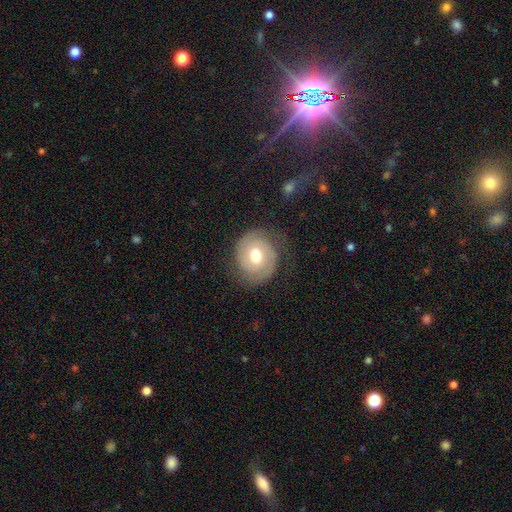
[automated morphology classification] The model was most divided on "bar": no: 51%, weak: 39%, strong: 10%. More confident: edge-on disk — no (97%); spiral arms — yes (87%); spiral arm count — 2 (83%); merging — none (76%); bulge size — moderate (75%); smooth or featured — featured or disk (67%); spiral winding — tight (53%).